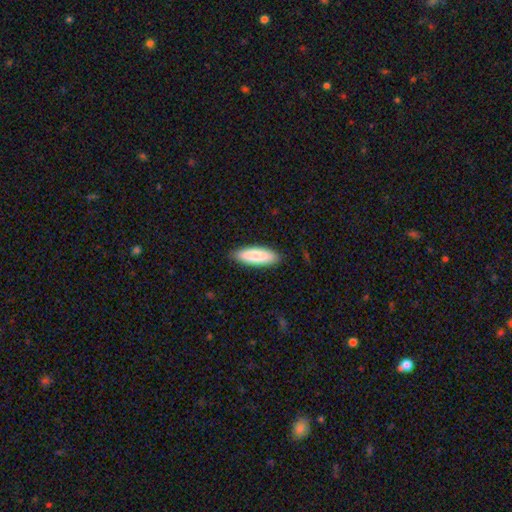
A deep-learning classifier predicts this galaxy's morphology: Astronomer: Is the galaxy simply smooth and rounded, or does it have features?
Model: smooth — 83%.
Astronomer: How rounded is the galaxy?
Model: in between — 56% (runner-up: cigar-shaped, 42%).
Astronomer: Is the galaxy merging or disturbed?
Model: none — 87%.